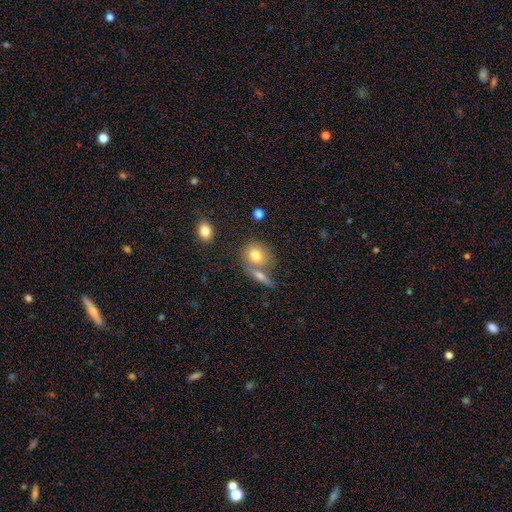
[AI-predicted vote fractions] A smooth galaxy with no disk features (76%) that is round (69%).

Vote fractions:
- Smooth or featured? smooth: 76% / featured or disk: 16% / star or artifact: 9%
- How rounded? round: 69% / in between: 28% / cigar-shaped: 3%
- Merging? none: 51% / merger: 33% / minor disturbance: 11% / major disturbance: 4%